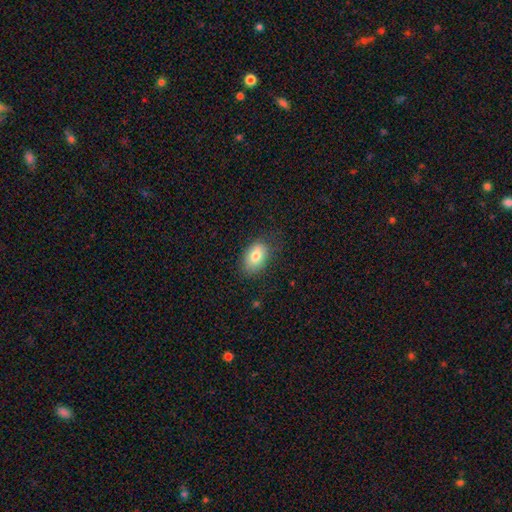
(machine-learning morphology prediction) A smooth galaxy with no disk features (79%) that is in between round and cigar-shaped (84%).

Vote fractions:
- Smooth or featured? smooth: 79% / featured or disk: 12% / star or artifact: 8%
- How rounded? in between: 84% / round: 15% / cigar-shaped: 1%
- Merging? none: 76% / minor disturbance: 18% / major disturbance: 5% / merger: 1%